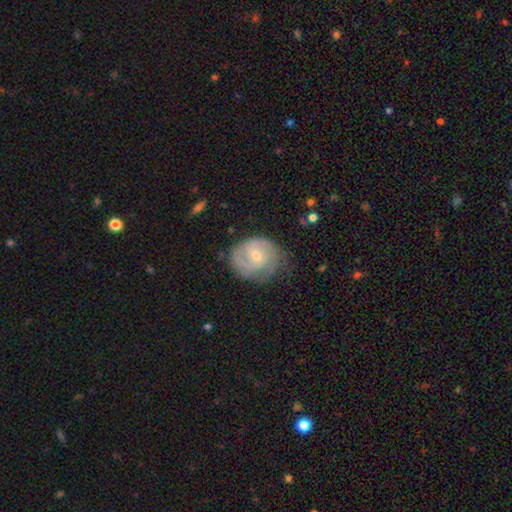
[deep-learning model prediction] A featured or disk galaxy (71%) with no bar (57%), 2 (48%) tight (54%) spiral arms (90%) and a small central bulge (61%). Merging: none (63%).